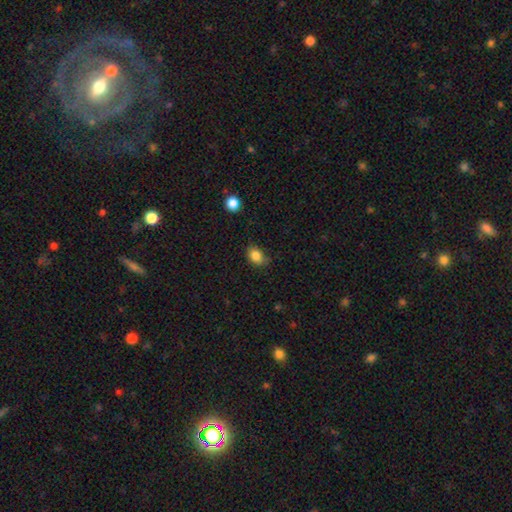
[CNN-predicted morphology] Smooth or featured? smooth (84%)
How rounded? in between (66%)
Merging? none (68%)